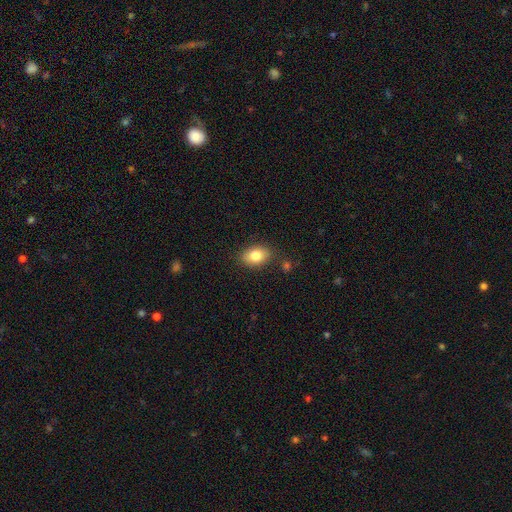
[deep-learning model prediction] This is clearly a smooth galaxy (82%). How rounded: clearly in between (80%). Merging: clearly none (82%).